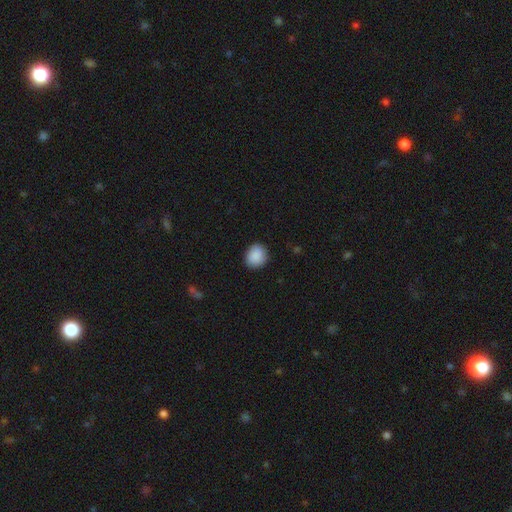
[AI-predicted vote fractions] This is clearly a smooth galaxy (90%). How rounded: likely round (70%). Merging: clearly none (86%).